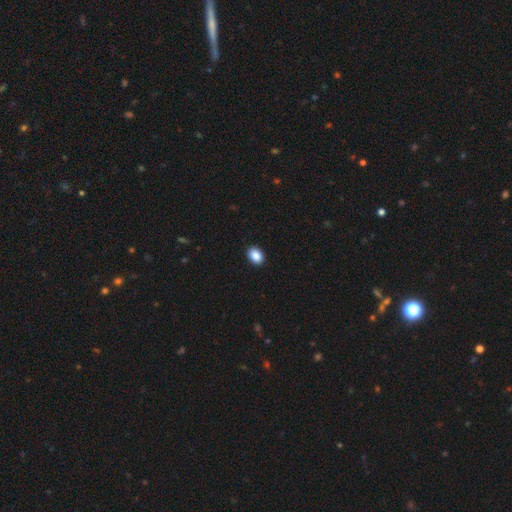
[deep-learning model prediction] smooth_or_featured: smooth (p=0.89) [alt: star or artifact p=0.08]
how_rounded: in between (p=0.74) [alt: round p=0.25]
merging: none (p=0.91) [alt: minor disturbance p=0.06]